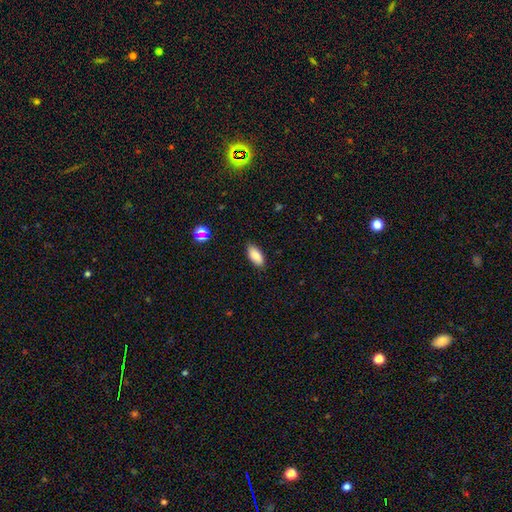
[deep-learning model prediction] This is clearly a smooth galaxy (87%). How rounded: clearly in between (89%). Merging: clearly none (85%).